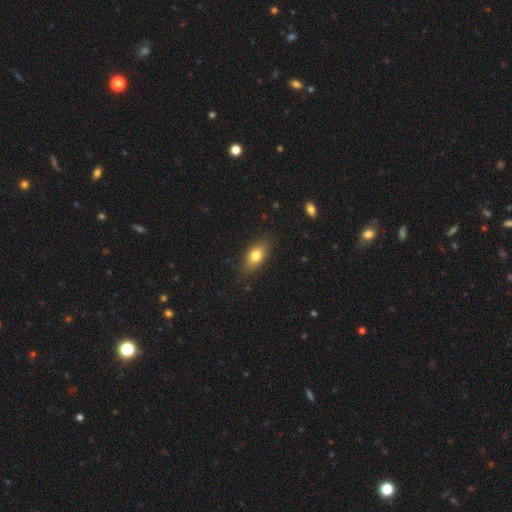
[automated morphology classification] Smooth or featured?
  - smooth: 77% *
  - featured or disk: 15%
  - star or artifact: 8%
How rounded?
  - in between: 84% *
  - round: 8%
  - cigar-shaped: 8%
Merging?
  - none: 84% *
  - minor disturbance: 12%
  - major disturbance: 3%
  - merger: 1%